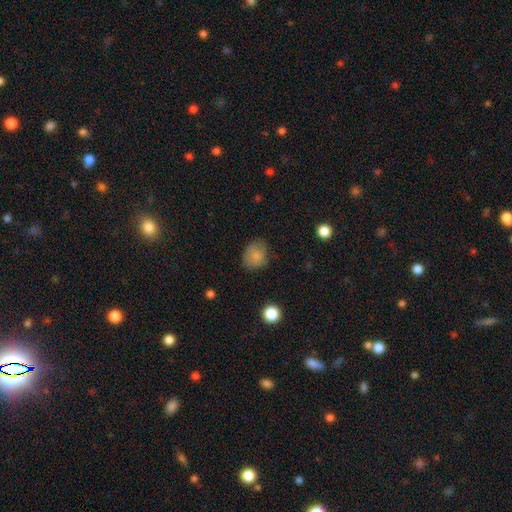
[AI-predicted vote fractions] A smooth galaxy with no disk features (79%) that is round (61%).

Vote fractions:
- Smooth or featured? smooth: 79% / featured or disk: 12% / star or artifact: 9%
- How rounded? round: 61% / in between: 38% / cigar-shaped: 1%
- Merging? none: 69% / minor disturbance: 24% / major disturbance: 6% / merger: 1%